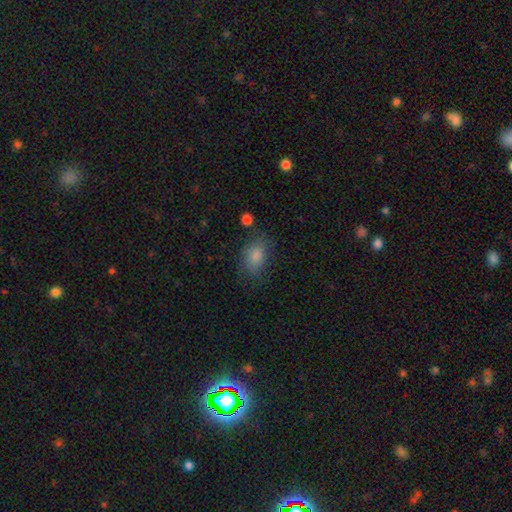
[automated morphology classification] smooth_or_featured: smooth (p=0.77) [alt: star or artifact p=0.12]
how_rounded: in between (p=0.82) [alt: round p=0.17]
merging: none (p=0.73) [alt: minor disturbance p=0.19]